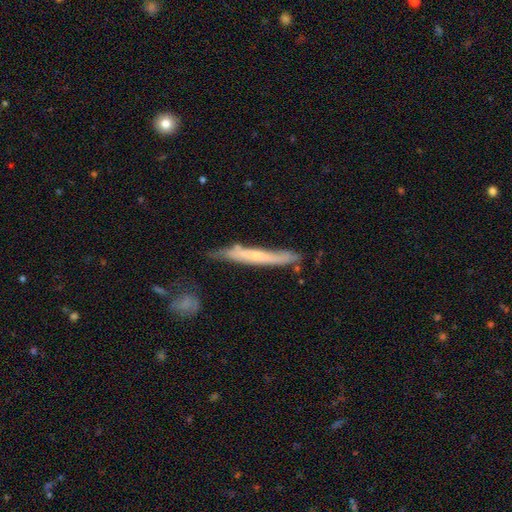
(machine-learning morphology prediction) featured or disk 53%, smooth 41%, star or artifact 6%. Down the decision tree: edge-on disk — yes (83%); merging — none (61%).